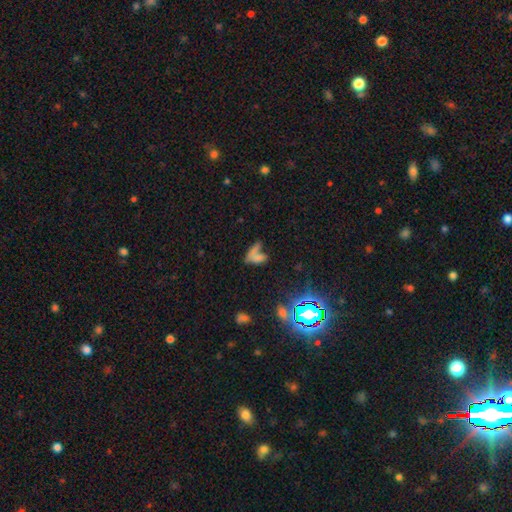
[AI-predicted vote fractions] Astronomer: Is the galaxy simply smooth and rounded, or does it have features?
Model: smooth — 54%.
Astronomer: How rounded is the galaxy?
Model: in between — 70%.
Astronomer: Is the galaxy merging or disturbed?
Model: merger — 34% (runner-up: major disturbance, 27%).